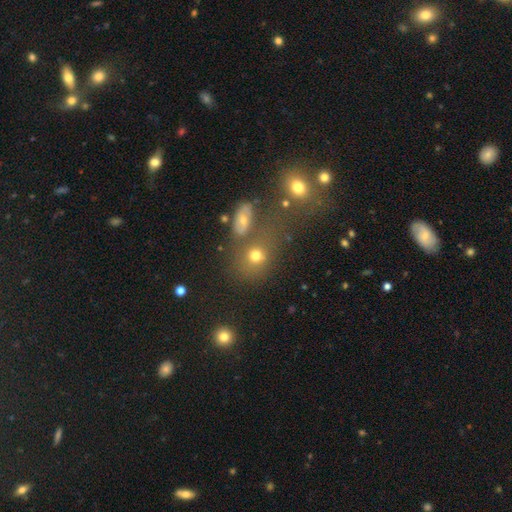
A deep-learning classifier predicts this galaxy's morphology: Smooth or featured? smooth (70%)
How rounded? round (68%)
Merging? none (52%)